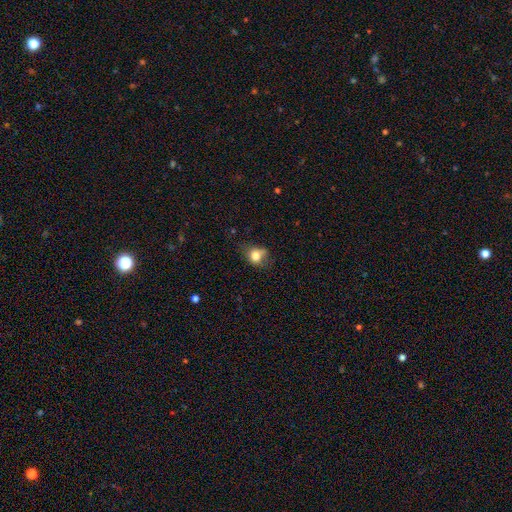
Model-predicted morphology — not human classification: smooth 77%, featured or disk 12%, star or artifact 11%. Down the decision tree: how rounded — round (55%); merging — none (49%).